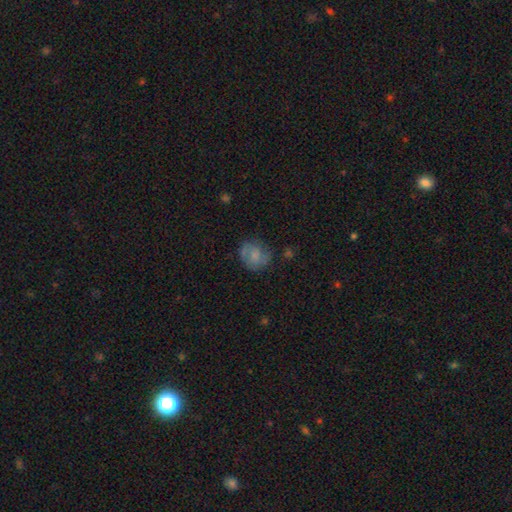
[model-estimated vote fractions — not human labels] smooth 63%, featured or disk 28%, star or artifact 9%. Down the decision tree: how rounded — round (73%); merging — none (63%).